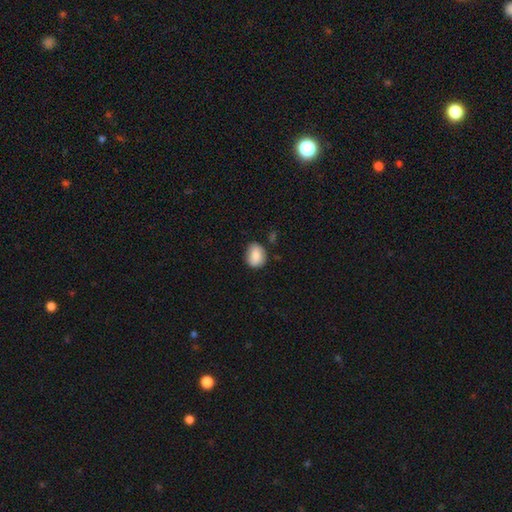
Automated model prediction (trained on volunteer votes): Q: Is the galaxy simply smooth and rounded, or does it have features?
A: smooth — 84%.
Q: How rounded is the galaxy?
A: in between — 53%.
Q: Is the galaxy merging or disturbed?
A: none — 75%.